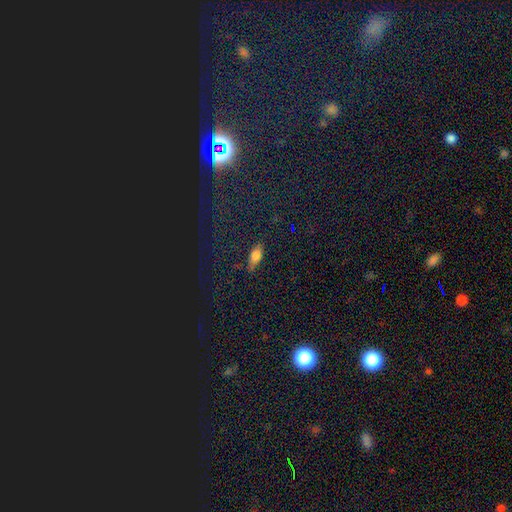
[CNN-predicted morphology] This appears to be a smooth galaxy with no disk features (73%) that is in between round and cigar-shaped (78%). Merging: none (77%).